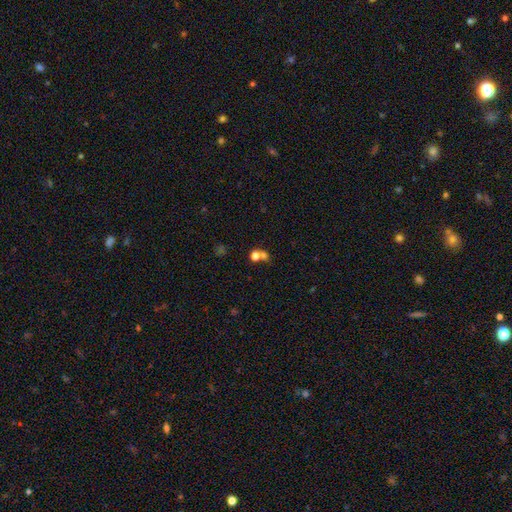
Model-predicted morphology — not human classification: Q: Smooth or featured?
A: smooth (68%); runner-up: star or artifact (20%)
Q: How rounded?
A: round (73%); runner-up: in between (26%)
Q: Merging?
A: merger (47%); runner-up: none (40%)